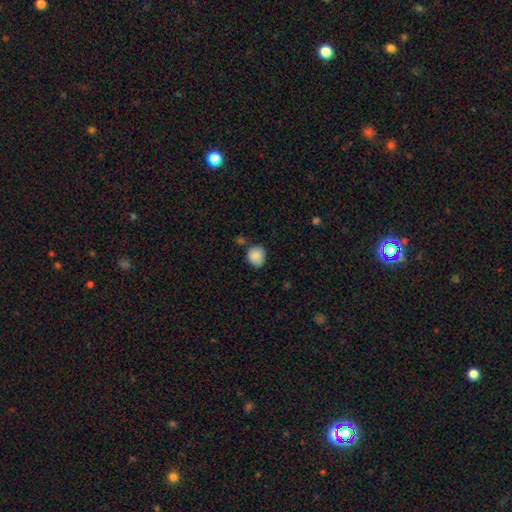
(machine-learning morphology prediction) Smooth or featured: smooth — 87% (star or artifact — 8%)
How rounded: round — 83% (in between — 16%)
Merging: none — 69% (minor disturbance — 20%)